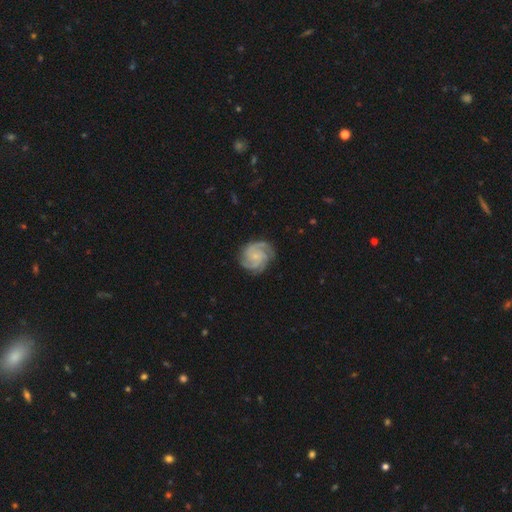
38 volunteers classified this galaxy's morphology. smooth_or_featured: featured or disk (p=0.89) [alt: star or artifact p=0.08]
disk_edge_on: no (p=1.00)
bar: no (p=0.50) [alt: weak p=0.32]
has_spiral_arms: yes (p=1.00)
spiral_winding: tight (p=0.50) [alt: medium p=0.41]
spiral_arm_count: 3 (p=0.91) [alt: 2 p=0.09]
bulge_size: small (p=0.74) [alt: moderate p=0.18]
merging: none (p=0.80) [alt: minor disturbance p=0.17]